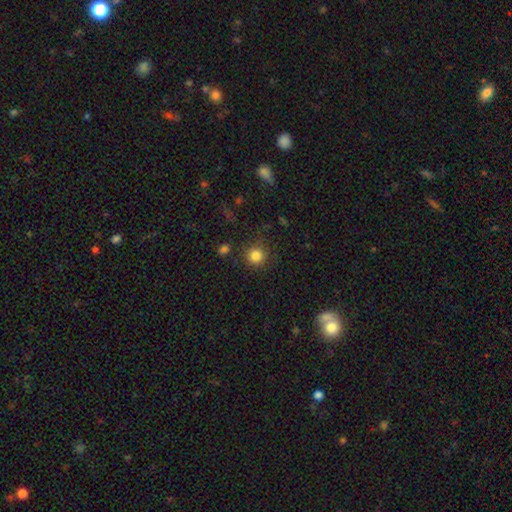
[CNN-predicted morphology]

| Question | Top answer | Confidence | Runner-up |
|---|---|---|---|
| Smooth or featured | smooth | 83% | star or artifact (12%) |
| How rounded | round | 93% | in between (6%) |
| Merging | none | 84% | minor disturbance (9%) |